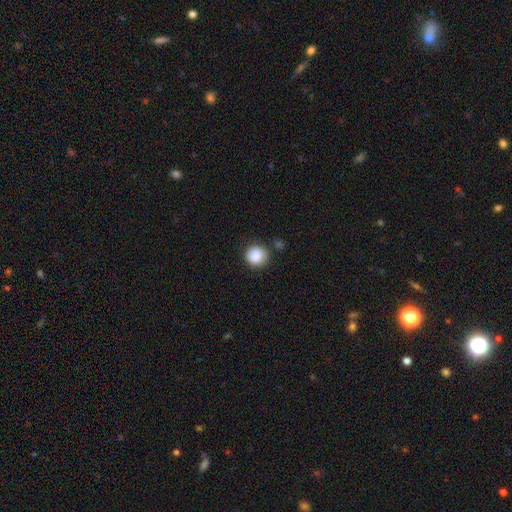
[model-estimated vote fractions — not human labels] Overall: smooth (87%). How rounded: round (91%). Merging: none (78%).